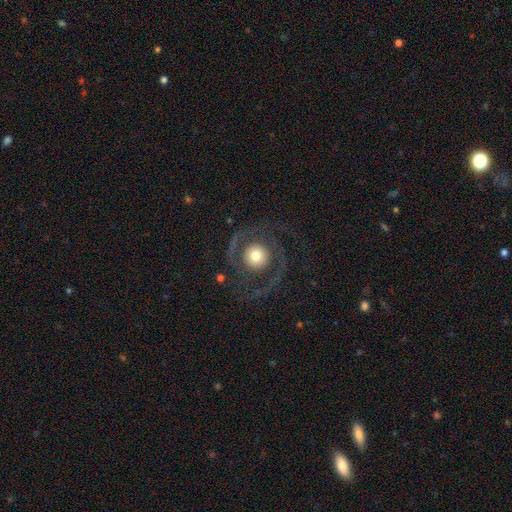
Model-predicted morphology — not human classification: Smooth or featured?
  - featured or disk: 72% *
  - smooth: 22%
  - star or artifact: 7%
Edge-on disk?
  - no: 97% *
  - yes: 3%
Bar?
  - no: 80% *
  - weak: 15%
  - strong: 5%
Spiral arms?
  - yes: 82% *
  - no: 18%
Spiral winding?
  - medium: 47% *
  - tight: 27%
  - loose: 26%
Spiral arm count?
  - 2: 78% *
  - 1: 8%
  - can't tell: 6%
  - 3: 5%
  - 4: 2%
  - more than 4: 2%
Bulge size?
  - moderate: 56% *
  - large: 26%
  - small: 12%
  - dominant: 5%
  - none: 1%
Merging?
  - none: 72% *
  - major disturbance: 16%
  - minor disturbance: 11%
  - merger: 2%